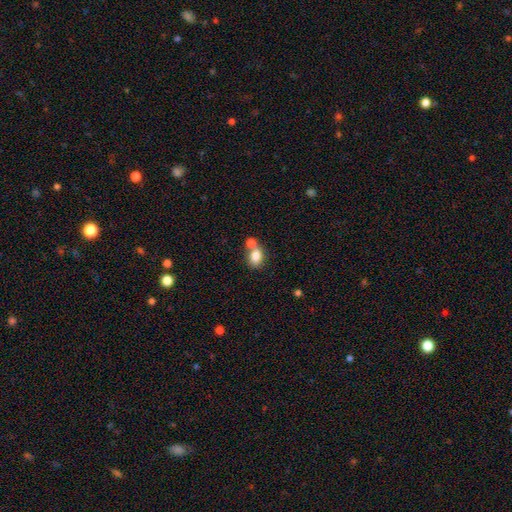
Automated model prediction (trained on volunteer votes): Smooth or featured?
  - smooth: 81% *
  - featured or disk: 9%
  - star or artifact: 9%
How rounded?
  - in between: 64% *
  - round: 34%
  - cigar-shaped: 1%
Merging?
  - none: 47% *
  - merger: 40%
  - minor disturbance: 10%
  - major disturbance: 4%